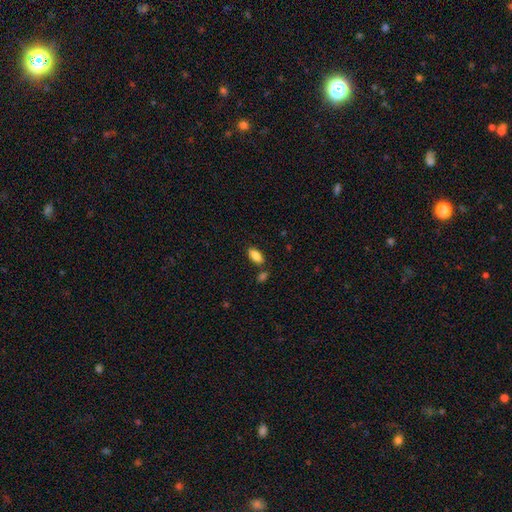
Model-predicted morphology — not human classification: Smooth or featured? smooth (85%)
How rounded? in between (90%)
Merging? none (79%)